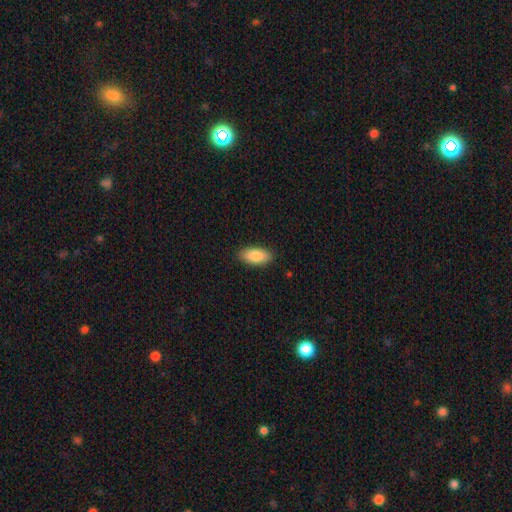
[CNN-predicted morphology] The model was most divided on "merging": none: 88%, minor disturbance: 9%, major disturbance: 2%, merger: 1%. More confident: how rounded — in between (89%); smooth or featured — smooth (87%).